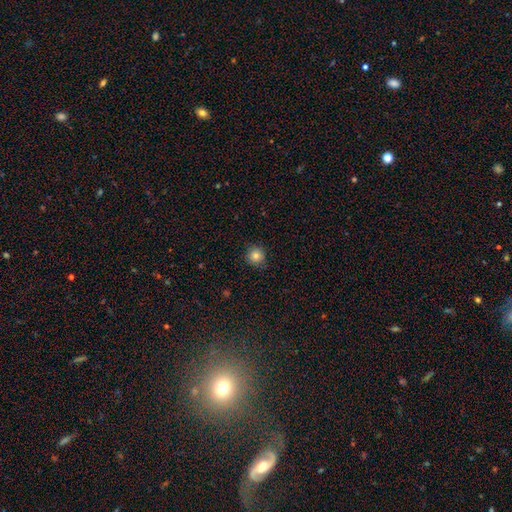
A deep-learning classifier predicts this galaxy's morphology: A smooth galaxy with no disk features (83%) that is round (93%). Merging: none (88%).